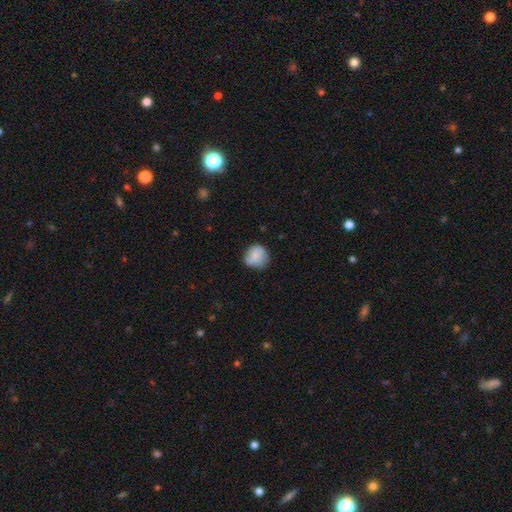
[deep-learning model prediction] Smooth or featured? Predicted: smooth (p=0.79). How rounded? Predicted: round (p=0.81). Merging? Predicted: none (p=0.63).